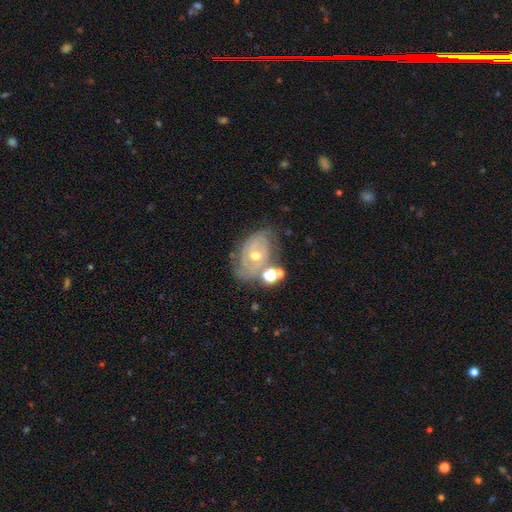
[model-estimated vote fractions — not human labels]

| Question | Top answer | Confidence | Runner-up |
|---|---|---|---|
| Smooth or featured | featured or disk | 76% | smooth (14%) |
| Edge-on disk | no | 96% | yes (4%) |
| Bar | no | 71% | weak (23%) |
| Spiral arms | yes | 86% | no (14%) |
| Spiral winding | tight | 69% | medium (24%) |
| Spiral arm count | can't tell | 38% | 2 (35%) |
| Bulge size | moderate | 56% | small (41%) |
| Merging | none | 60% | minor disturbance (20%) |